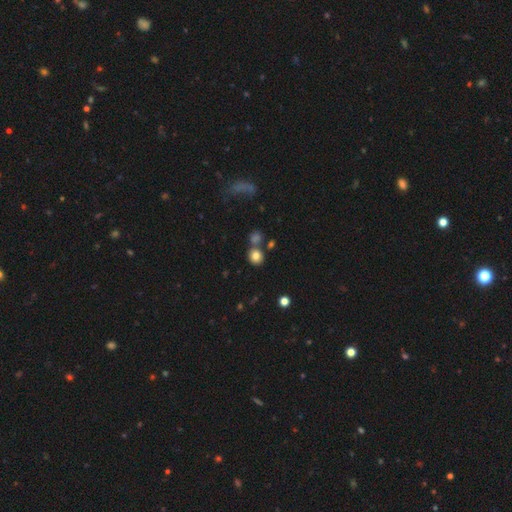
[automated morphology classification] smooth_or_featured: smooth (p=0.80) [alt: star or artifact p=0.12]
how_rounded: round (p=0.84) [alt: in between p=0.15]
merging: none (p=0.69) [alt: merger p=0.18]